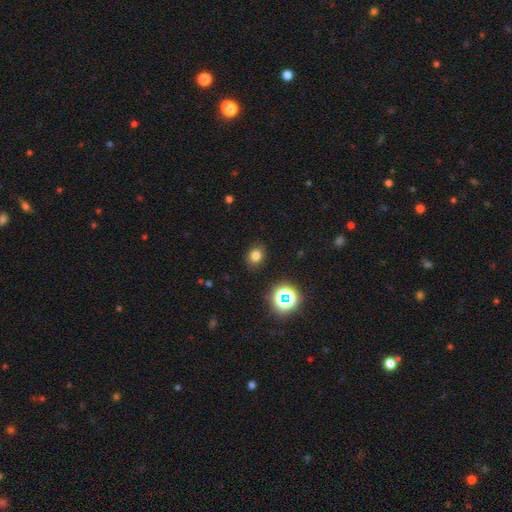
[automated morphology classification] smooth 74%, star or artifact 19%, featured or disk 7%. Down the decision tree: how rounded — round (60%); merging — none (86%).